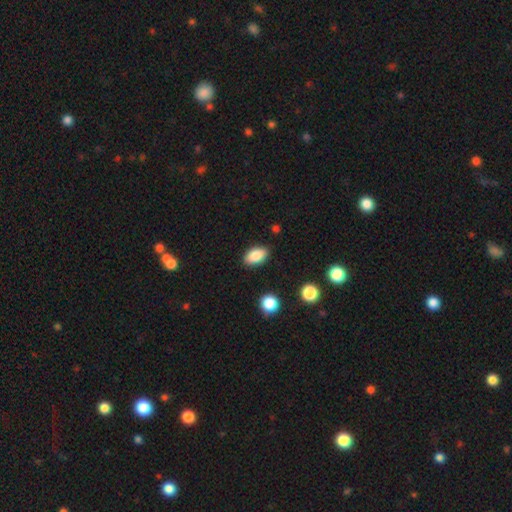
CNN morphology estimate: The model was most divided on "merging": none: 86%, minor disturbance: 10%, major disturbance: 2%, merger: 2%. More confident: how rounded — in between (92%); smooth or featured — smooth (86%).